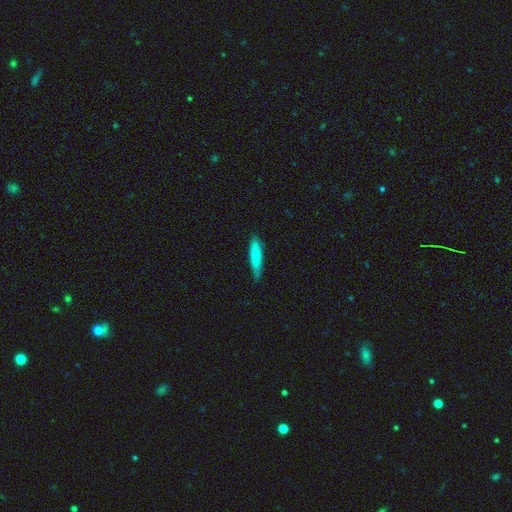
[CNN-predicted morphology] A smooth galaxy with no disk features (81%) that is cigar-shaped (84%).

Vote fractions:
- Smooth or featured? smooth: 81% / featured or disk: 13% / star or artifact: 6%
- How rounded? cigar-shaped: 84% / in between: 15% / round: 1%
- Merging? none: 78% / minor disturbance: 18% / major disturbance: 3% / merger: 1%